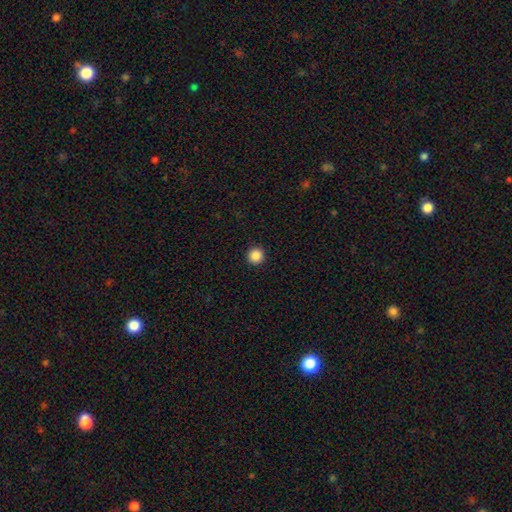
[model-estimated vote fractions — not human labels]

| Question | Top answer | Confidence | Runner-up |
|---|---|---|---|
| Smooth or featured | smooth | 87% | star or artifact (10%) |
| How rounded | round | 96% | in between (3%) |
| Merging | none | 94% | minor disturbance (4%) |